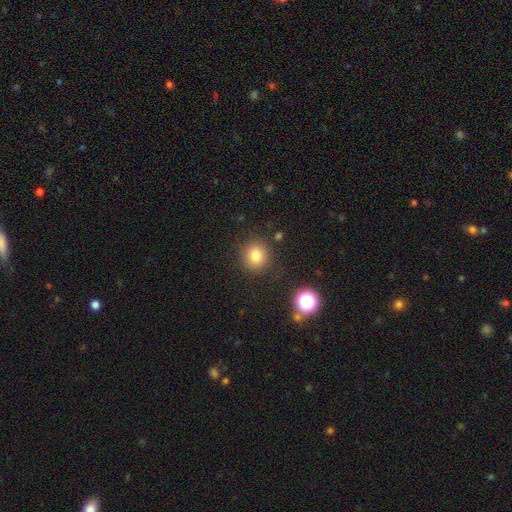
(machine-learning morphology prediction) smooth-or-featured: smooth: 80% | star or artifact: 13% | featured or disk: 7%
  how-rounded: round: 87% | in between: 12% | cigar-shaped: 1%
  merging: none: 85% | minor disturbance: 9% | major disturbance: 3% | merger: 3%